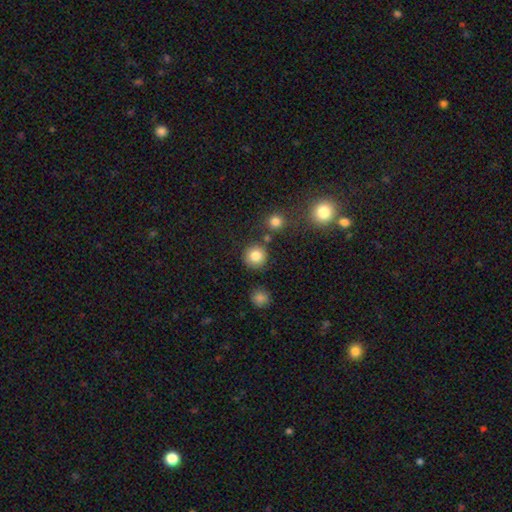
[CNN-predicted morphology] A smooth galaxy with no disk features (83%) that is round (93%).

Vote fractions:
- Smooth or featured? smooth: 83% / star or artifact: 11% / featured or disk: 6%
- How rounded? round: 93% / in between: 6% / cigar-shaped: 1%
- Merging? none: 82% / minor disturbance: 8% / merger: 6% / major disturbance: 3%